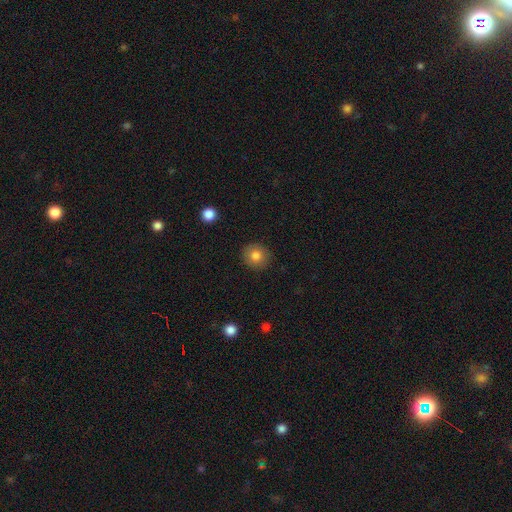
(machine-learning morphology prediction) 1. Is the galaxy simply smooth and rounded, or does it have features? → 80% smooth, 10% featured or disk, 10% star or artifact.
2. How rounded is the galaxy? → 90% round, 9% in between, 1% cigar-shaped.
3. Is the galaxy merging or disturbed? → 91% none, 6% minor disturbance, 2% major disturbance, 1% merger.